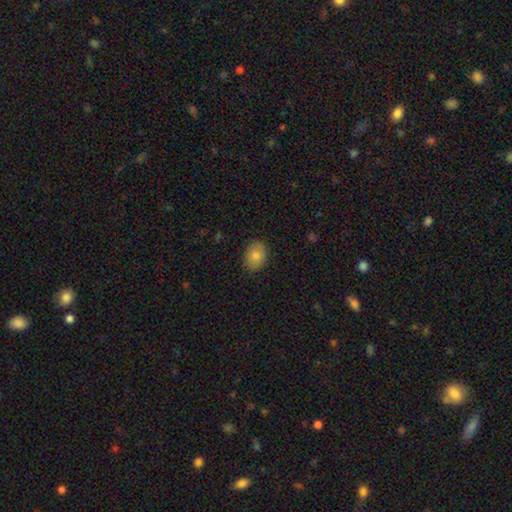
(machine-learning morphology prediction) A smooth galaxy with no disk features (81%) that is in between round and cigar-shaped (65%).

Vote fractions:
- Smooth or featured? smooth: 81% / featured or disk: 12% / star or artifact: 7%
- How rounded? in between: 65% / round: 34% / cigar-shaped: 1%
- Merging? none: 87% / minor disturbance: 10% / major disturbance: 2% / merger: 1%